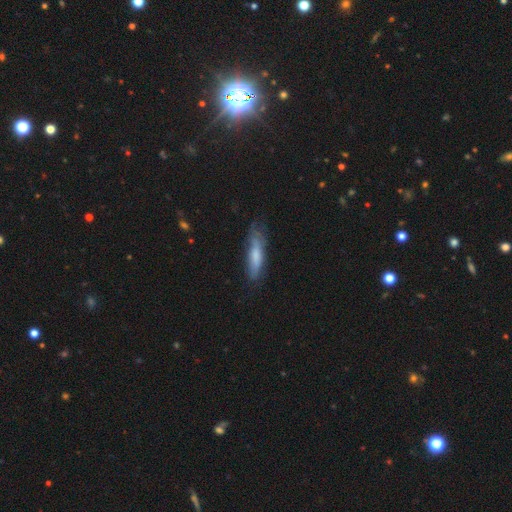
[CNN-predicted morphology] Q: Smooth or featured?
A: smooth (62%); runner-up: featured or disk (31%)
Q: How rounded?
A: cigar-shaped (72%); runner-up: in between (27%)
Q: Merging?
A: none (60%); runner-up: minor disturbance (27%)